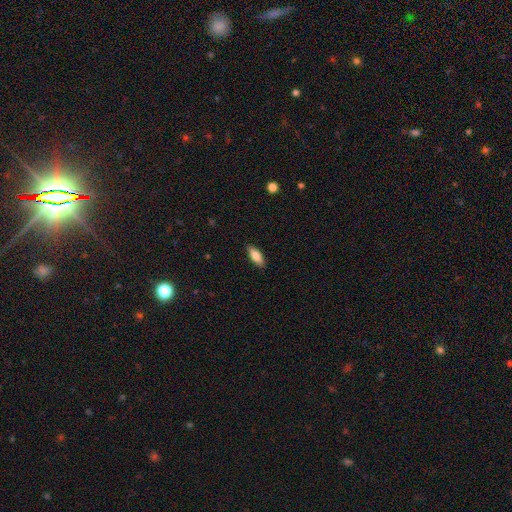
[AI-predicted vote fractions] smooth_or_featured: smooth (p=0.81) [alt: featured or disk p=0.13]
how_rounded: in between (p=0.75) [alt: cigar-shaped p=0.23]
merging: none (p=0.88) [alt: minor disturbance p=0.09]